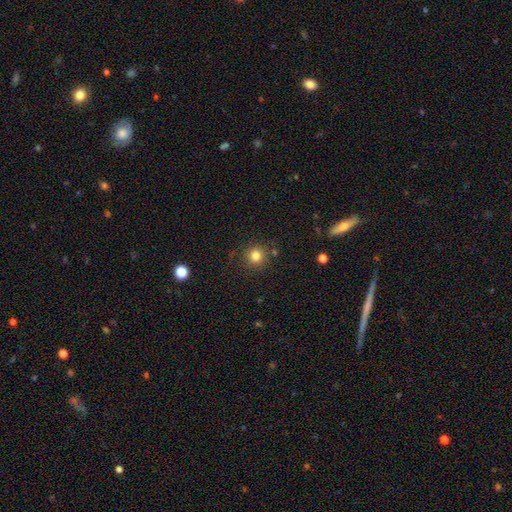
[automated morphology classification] Smooth or featured: smooth — 80% (star or artifact — 13%)
How rounded: round — 93% (in between — 6%)
Merging: none — 85% (minor disturbance — 8%)